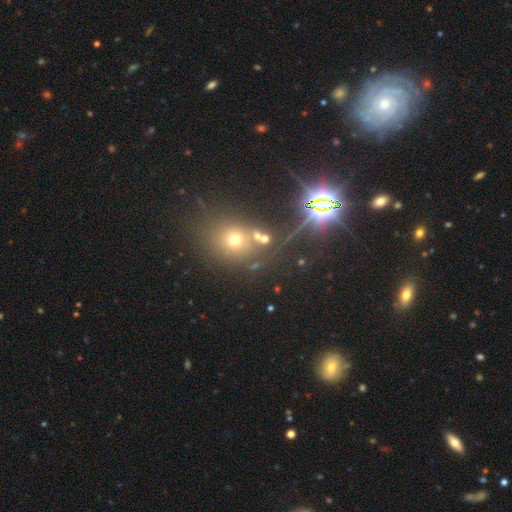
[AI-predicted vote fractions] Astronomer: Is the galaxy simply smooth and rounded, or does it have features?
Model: smooth — 45% (runner-up: star or artifact, 43%).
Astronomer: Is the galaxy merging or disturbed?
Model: none — 63%.